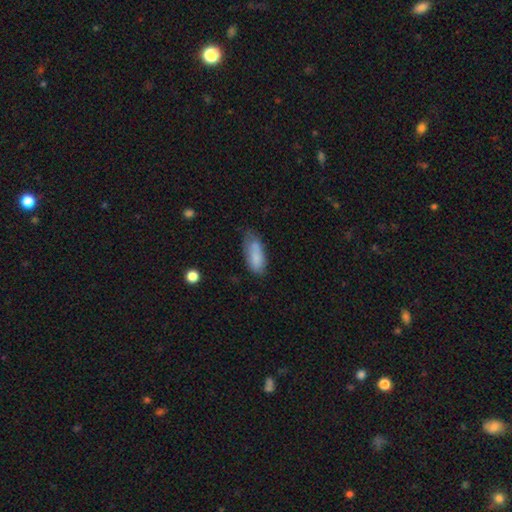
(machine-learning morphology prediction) A smooth galaxy with no disk features (81%) that is in between round and cigar-shaped (79%).

Vote fractions:
- Smooth or featured? smooth: 81% / featured or disk: 12% / star or artifact: 7%
- How rounded? in between: 79% / cigar-shaped: 19% / round: 2%
- Merging? none: 48% / minor disturbance: 34% / major disturbance: 11% / merger: 6%